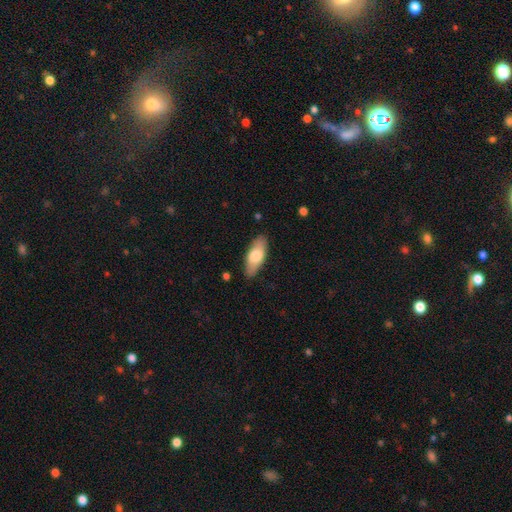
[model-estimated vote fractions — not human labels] Overall: smooth (69%). How rounded: in between (78%). Merging: none (85%).